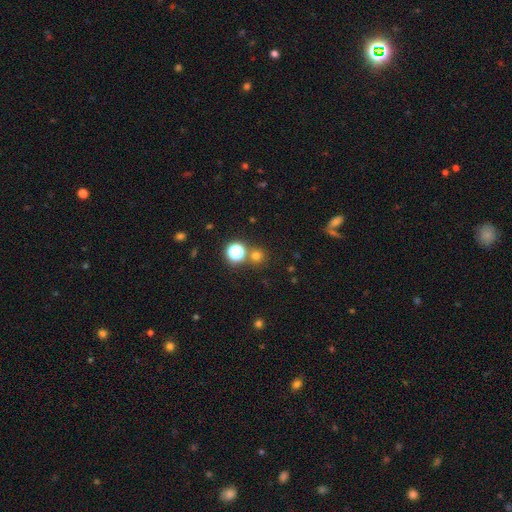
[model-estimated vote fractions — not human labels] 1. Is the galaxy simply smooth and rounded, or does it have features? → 68% smooth, 26% star or artifact, 6% featured or disk.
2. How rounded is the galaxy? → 93% round, 6% in between, 1% cigar-shaped.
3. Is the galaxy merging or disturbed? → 79% none, 12% merger, 6% minor disturbance, 3% major disturbance.